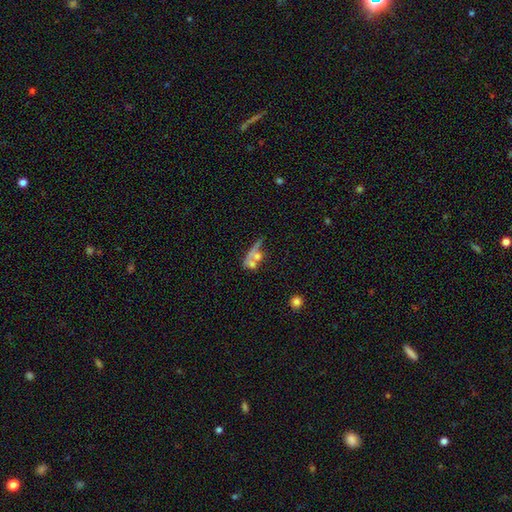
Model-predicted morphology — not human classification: smooth-or-featured: smooth: 50% | featured or disk: 37% | star or artifact: 13%
  merging: merger: 45% | none: 26% | major disturbance: 18% | minor disturbance: 12%